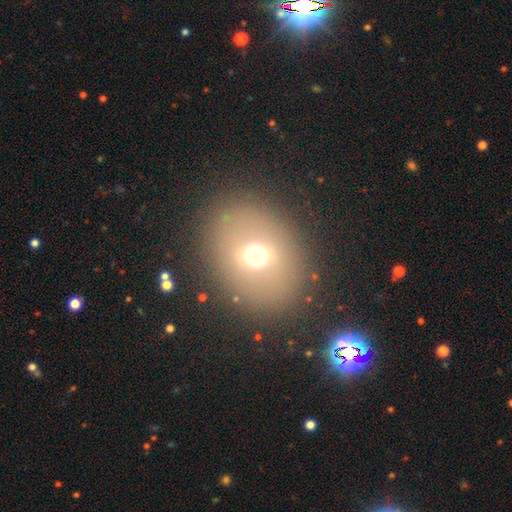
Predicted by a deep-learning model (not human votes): This is possibly a smooth galaxy (59%). How rounded: possibly round (53%). Merging: clearly none (85%).